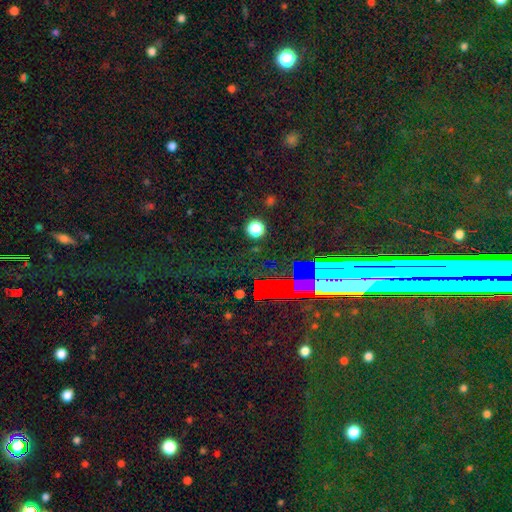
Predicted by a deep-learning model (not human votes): Smooth or featured? Predicted: star or artifact (p=0.64).